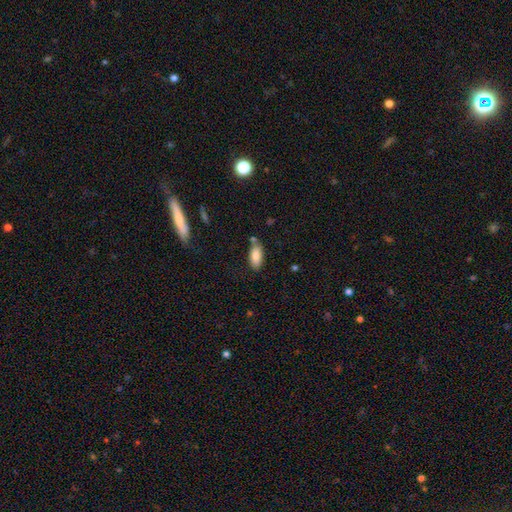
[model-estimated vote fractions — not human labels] Overall: smooth (84%). How rounded: in between (88%). Merging: none (72%).